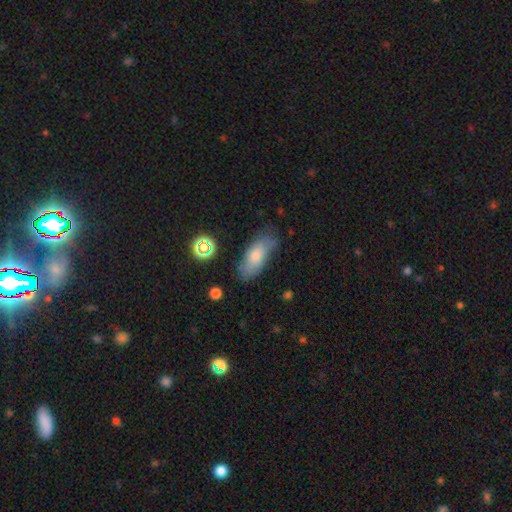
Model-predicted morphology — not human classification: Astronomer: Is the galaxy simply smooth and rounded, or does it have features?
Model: smooth — 68%.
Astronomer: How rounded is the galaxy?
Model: in between — 77%.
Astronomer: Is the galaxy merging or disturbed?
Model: none — 66%.